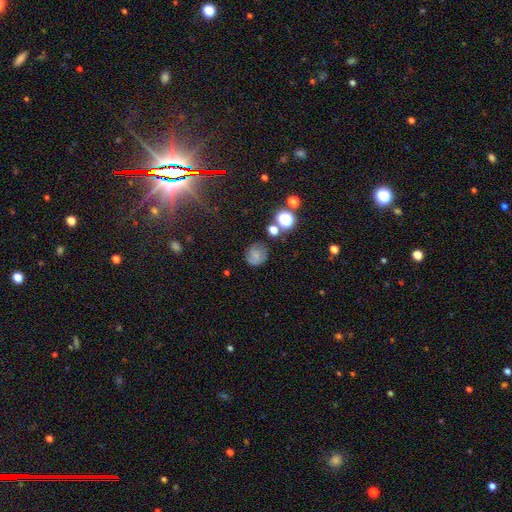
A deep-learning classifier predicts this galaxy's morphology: The model was most divided on "smooth or featured": smooth: 60%, featured or disk: 23%, star or artifact: 17%. More confident: how rounded — round (82%); merging — none (69%).